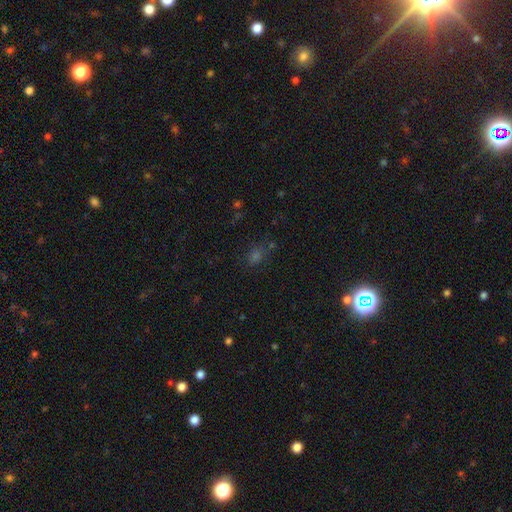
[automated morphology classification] Overall: star or artifact (45%, tied with smooth).